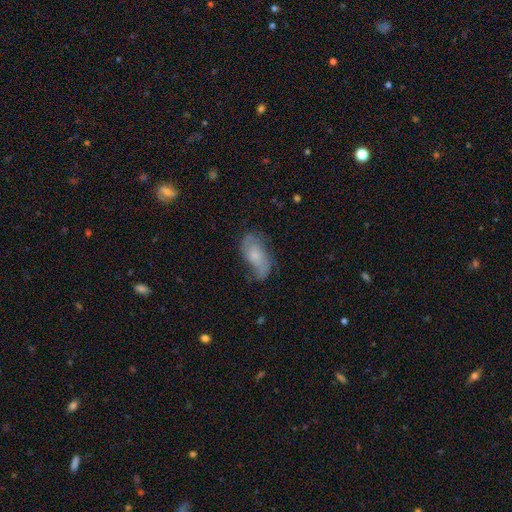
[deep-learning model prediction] Overall: featured or disk (49%; smooth 42%). Merging: none (53%; minor disturbance 30%).